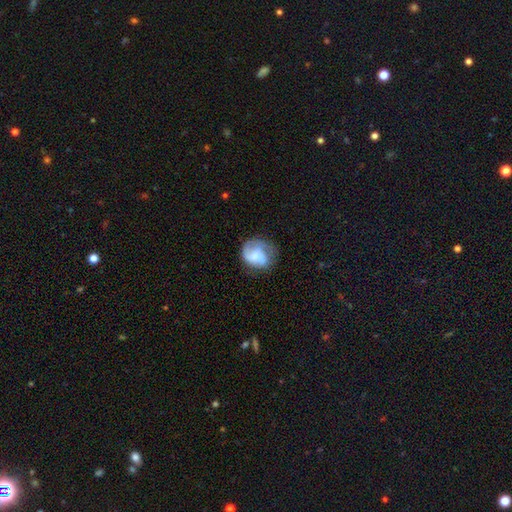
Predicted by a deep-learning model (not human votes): A featured or disk galaxy (47%).

Vote fractions:
- Smooth or featured? featured or disk: 47% / smooth: 45% / star or artifact: 8%
- Merging? none: 53% / minor disturbance: 26% / major disturbance: 19% / merger: 2%